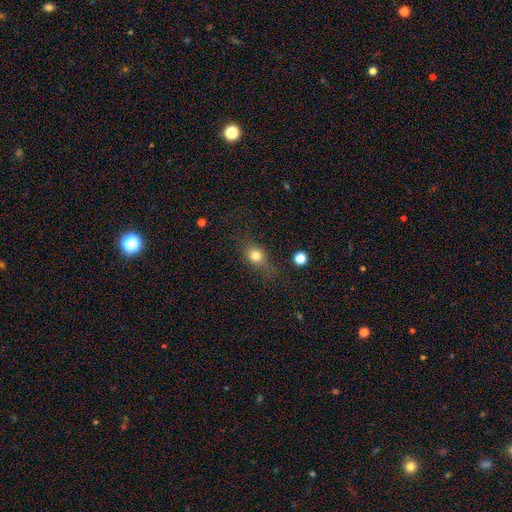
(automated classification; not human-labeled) A smooth galaxy with no disk features (73%) that is round (56%).

Vote fractions:
- Smooth or featured? smooth: 73% / featured or disk: 14% / star or artifact: 13%
- How rounded? round: 56% / in between: 39% / cigar-shaped: 5%
- Merging? none: 61% / minor disturbance: 24% / major disturbance: 12% / merger: 3%